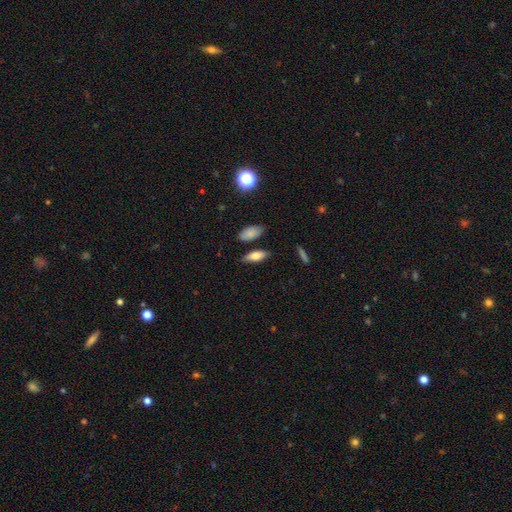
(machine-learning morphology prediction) The model was most divided on "how rounded": in between: 77%, cigar-shaped: 20%, round: 3%. More confident: merging — none (79%); smooth or featured — smooth (77%).